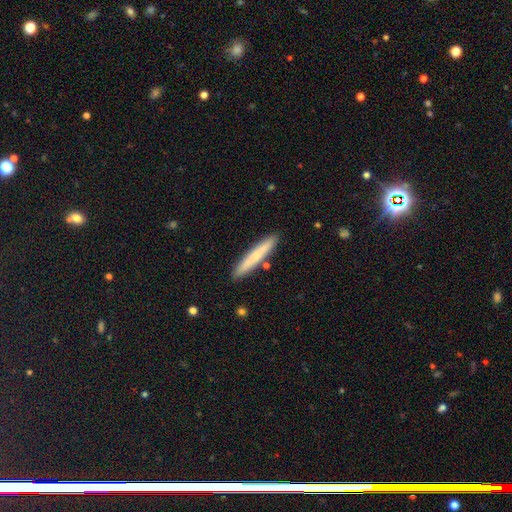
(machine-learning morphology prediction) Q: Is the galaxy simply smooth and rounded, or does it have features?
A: smooth — 68%.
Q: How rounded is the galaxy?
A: cigar-shaped — 95%.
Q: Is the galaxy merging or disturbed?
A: none — 88%.